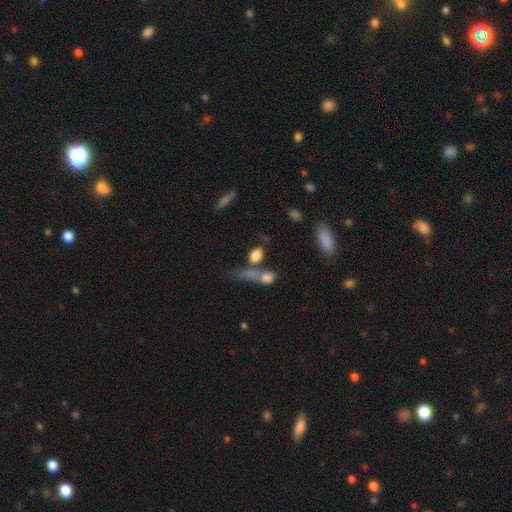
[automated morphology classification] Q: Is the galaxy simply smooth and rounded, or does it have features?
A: smooth — 78%.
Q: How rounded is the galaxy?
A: in between — 66%.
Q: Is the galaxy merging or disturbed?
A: none — 42%.